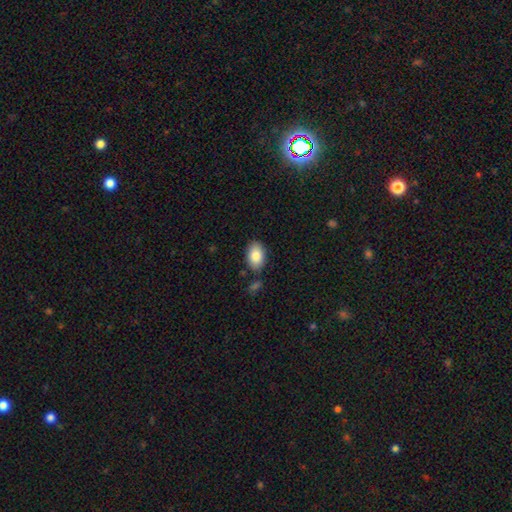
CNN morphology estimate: This appears to be a smooth galaxy with no disk features (84%) that is in between round and cigar-shaped (89%). Merging: none (83%).